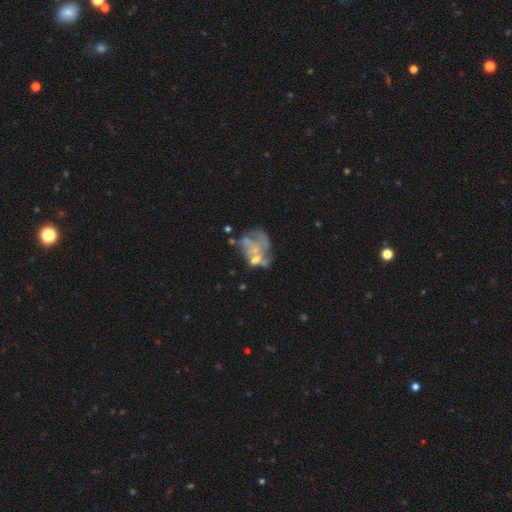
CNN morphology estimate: A featured or disk galaxy (64%) with no bar (87%), no spiral arms (76%) and no central bulge (52%). Merging: major disturbance (36%).